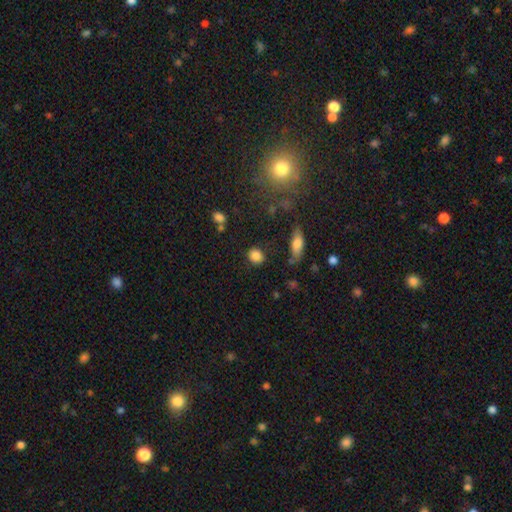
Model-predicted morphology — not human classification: Smooth or featured? smooth (85%)
How rounded? round (76%)
Merging? none (83%)